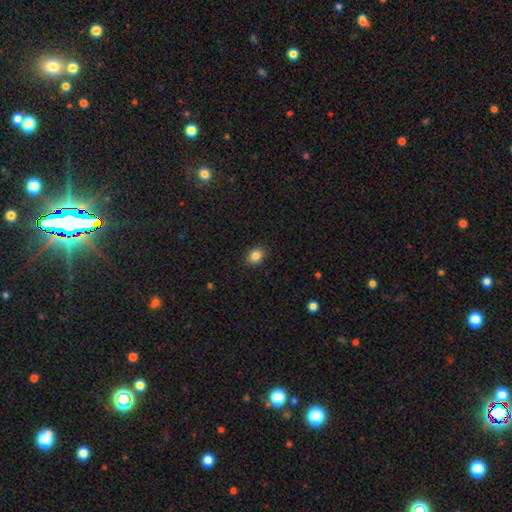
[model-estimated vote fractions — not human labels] Smooth or featured? Predicted: smooth (p=0.85). How rounded? Predicted: round (p=0.52). Merging? Predicted: none (p=0.89).